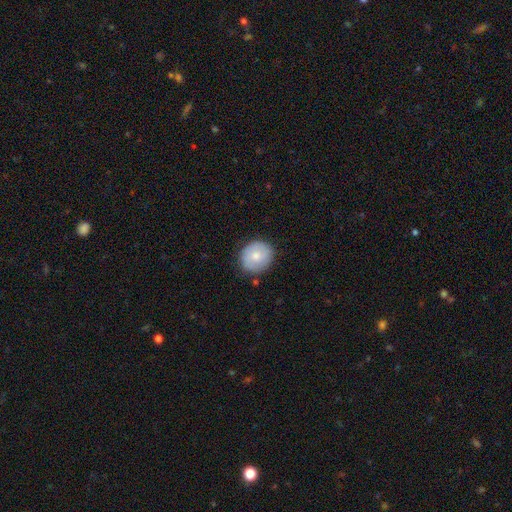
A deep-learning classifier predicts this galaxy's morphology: Smooth or featured? Predicted: smooth (p=0.70). How rounded? Predicted: round (p=0.82). Merging? Predicted: none (p=0.82).